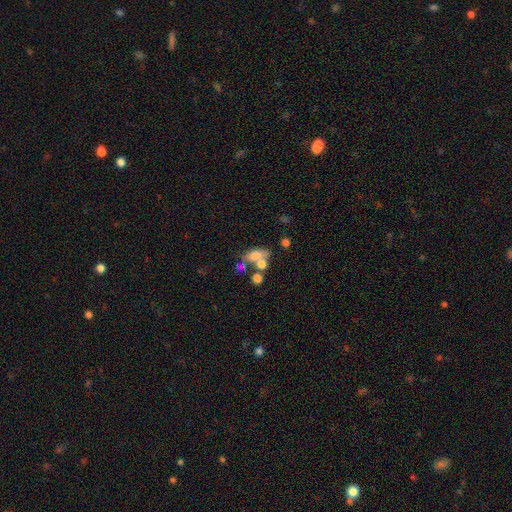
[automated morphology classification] Smooth or featured? Predicted: smooth (p=0.63). How rounded? Predicted: in between (p=0.77). Merging? Predicted: merger (p=0.46).